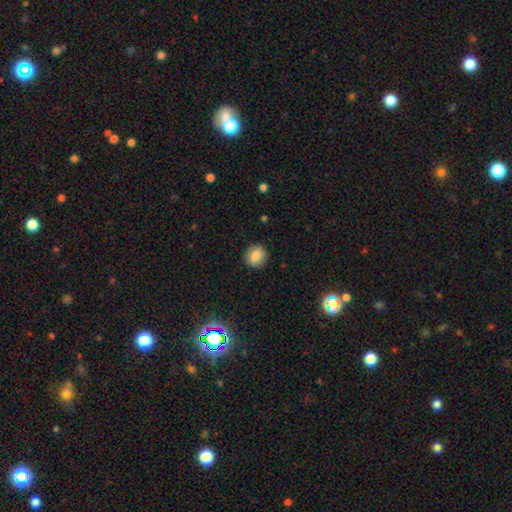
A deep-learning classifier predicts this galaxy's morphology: Overall: smooth (84%). How rounded: round (83%). Merging: none (89%).